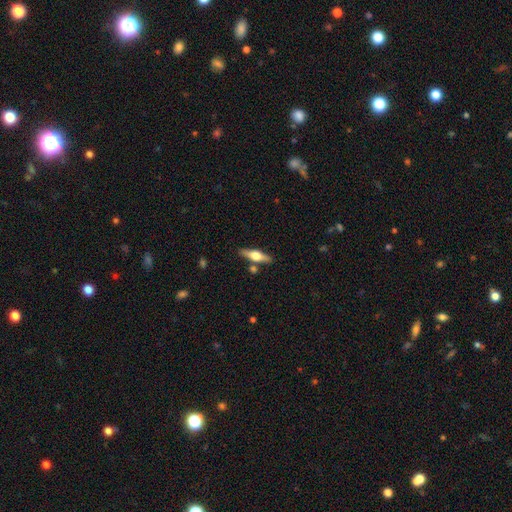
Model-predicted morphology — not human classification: Smooth or featured?
  - featured or disk: 61% *
  - smooth: 33%
  - star or artifact: 6%
Edge-on disk?
  - yes: 95% *
  - no: 5%
Edge-on bulge?
  - rounded: 94% *
  - boxy: 4%
  - none: 2%
Merging?
  - none: 82% *
  - minor disturbance: 9%
  - merger: 6%
  - major disturbance: 2%